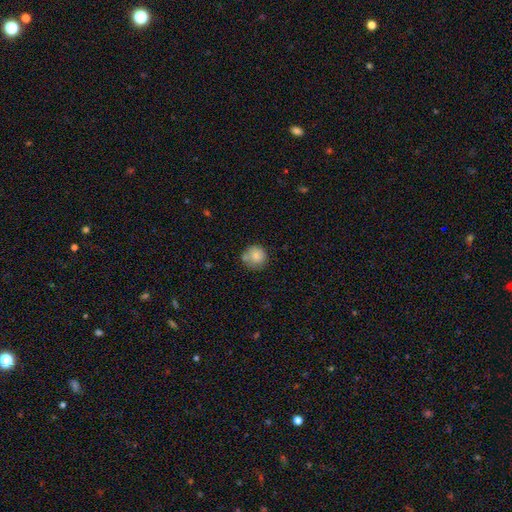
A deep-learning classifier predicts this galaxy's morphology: A smooth galaxy with no disk features (80%) that is round (91%). Merging: none (66%).